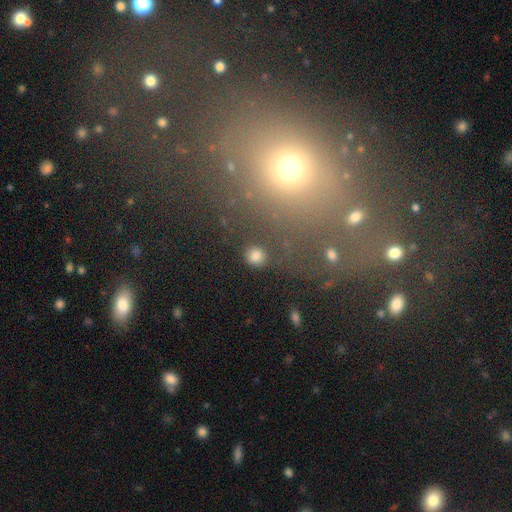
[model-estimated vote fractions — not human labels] This appears to be a smooth galaxy with no disk features (80%) that is round (89%). Merging: none (86%).